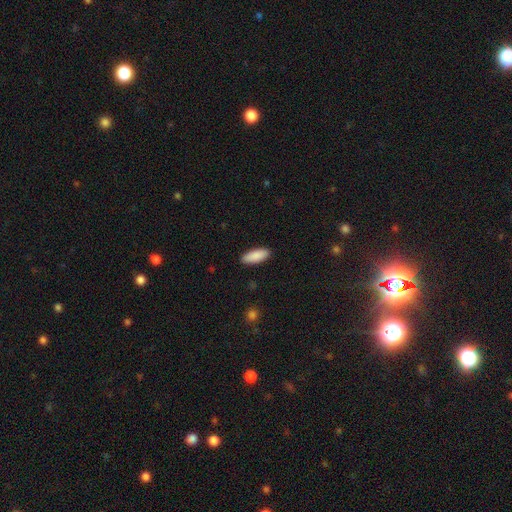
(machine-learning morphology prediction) Smooth or featured? Predicted: smooth (p=0.89). How rounded? Predicted: in between (p=0.76). Merging? Predicted: none (p=0.90).